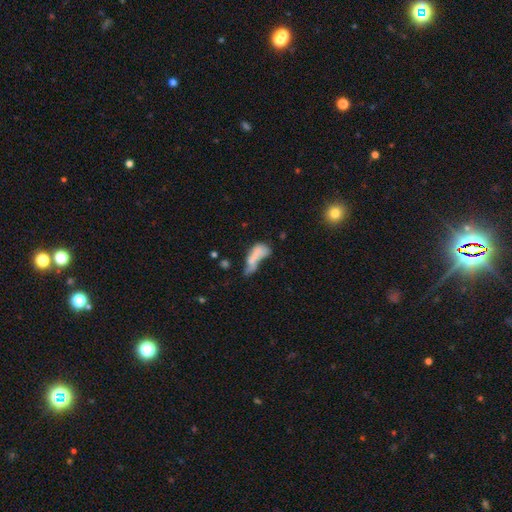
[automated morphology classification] A smooth galaxy with no disk features (62%) that is in between round and cigar-shaped (65%). Merging: merger (41%).